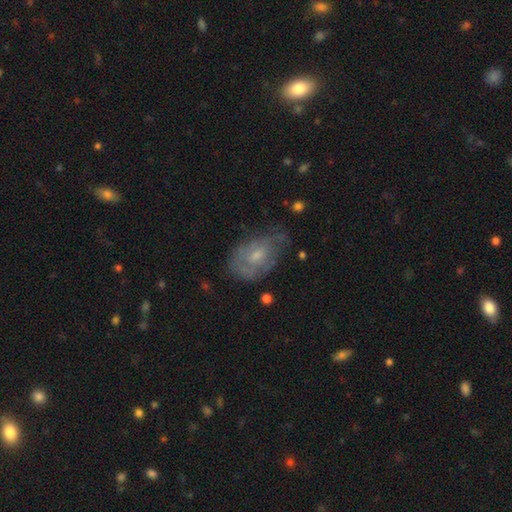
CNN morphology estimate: This appears to be a featured or disk galaxy (52%). Merging: none (51%).